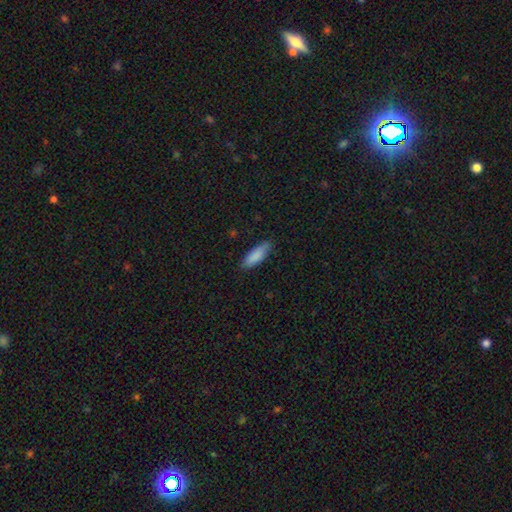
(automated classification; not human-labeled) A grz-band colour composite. It shows a smooth galaxy with no disk features (87%) that is in between round and cigar-shaped (55%). Merging: none (83%).